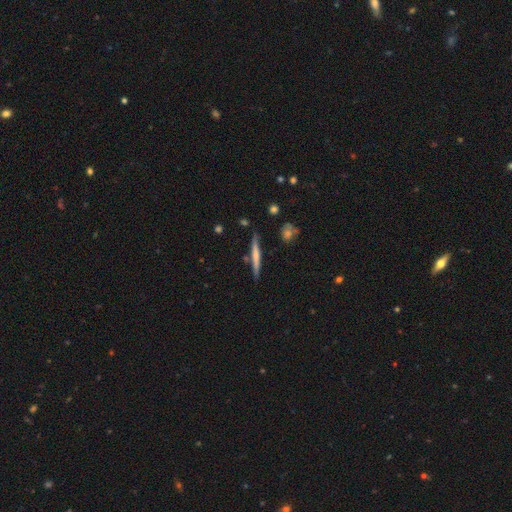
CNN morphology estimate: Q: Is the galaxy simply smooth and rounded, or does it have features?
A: smooth — 50%.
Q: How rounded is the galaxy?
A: cigar-shaped — 95%.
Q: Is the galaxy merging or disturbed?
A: none — 82%.